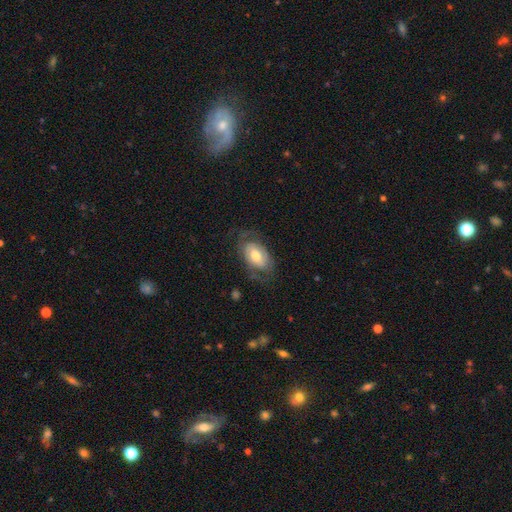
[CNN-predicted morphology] Smooth or featured?
  - featured or disk: 49% *
  - smooth: 45%
  - star or artifact: 6%
Merging?
  - none: 58% *
  - minor disturbance: 23%
  - major disturbance: 18%
  - merger: 1%